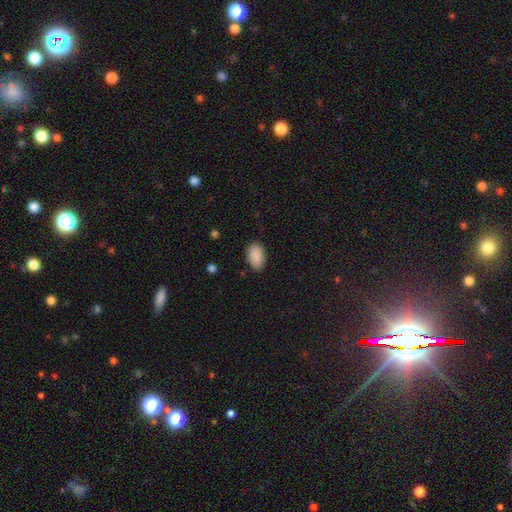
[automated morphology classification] This appears to be a smooth galaxy with no disk features (90%) that is in between round and cigar-shaped (91%). Merging: none (83%).